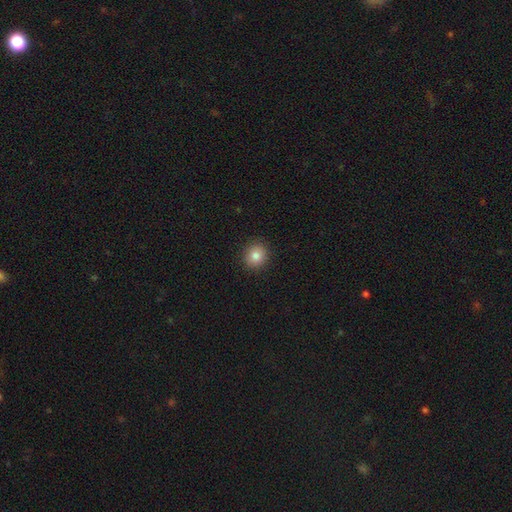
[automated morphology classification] A smooth galaxy with no disk features (83%) that is round (83%).

Vote fractions:
- Smooth or featured? smooth: 83% / star or artifact: 11% / featured or disk: 7%
- How rounded? round: 83% / in between: 16% / cigar-shaped: 1%
- Merging? none: 91% / minor disturbance: 6% / major disturbance: 2% / merger: 1%